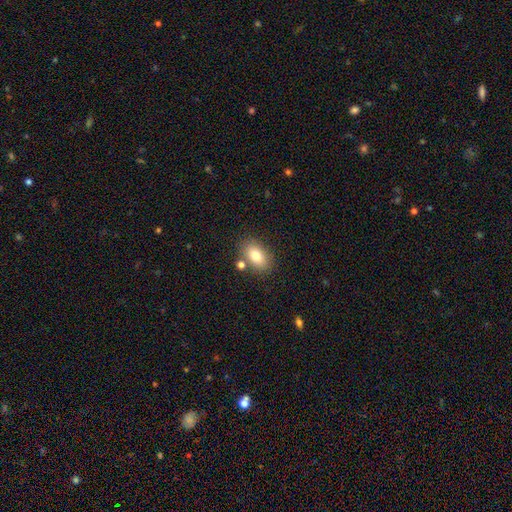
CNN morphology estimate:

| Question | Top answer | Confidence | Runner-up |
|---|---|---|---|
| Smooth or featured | smooth | 80% | featured or disk (12%) |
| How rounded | in between | 86% | round (12%) |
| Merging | none | 76% | minor disturbance (11%) |